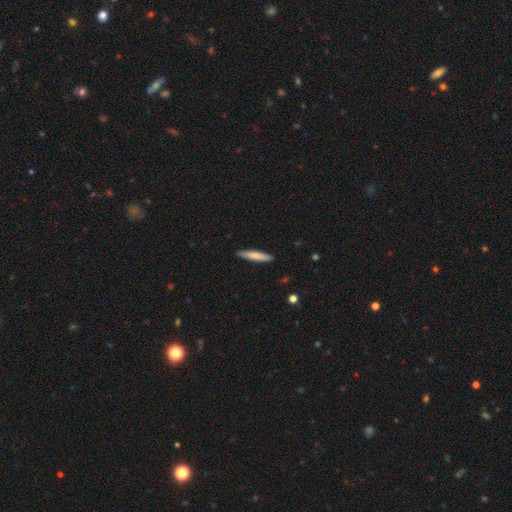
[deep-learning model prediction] Smooth or featured? smooth (78%)
How rounded? cigar-shaped (91%)
Merging? none (90%)